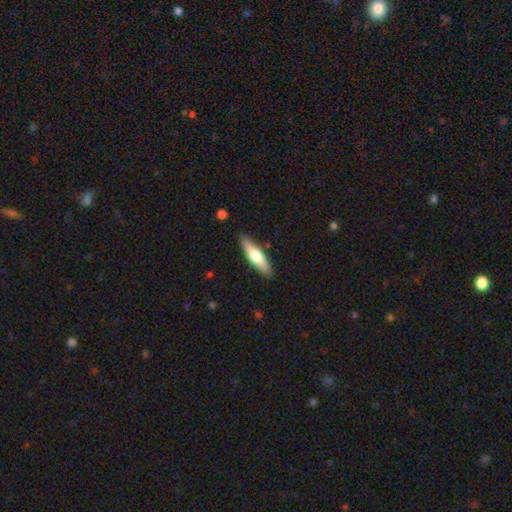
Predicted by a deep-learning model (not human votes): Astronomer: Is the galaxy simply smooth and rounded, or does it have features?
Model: smooth — 62%.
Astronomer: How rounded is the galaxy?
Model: cigar-shaped — 64%.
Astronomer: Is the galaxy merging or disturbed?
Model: none — 87%.